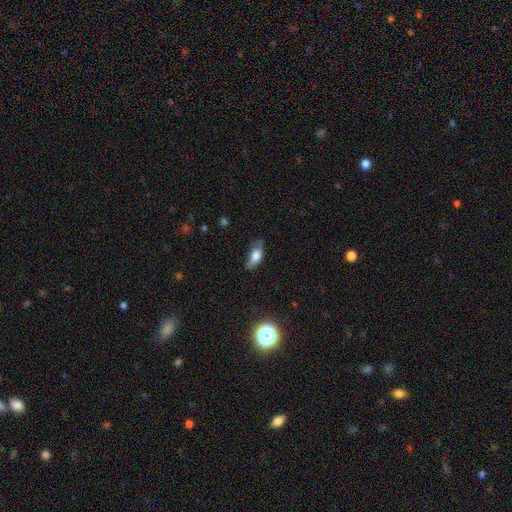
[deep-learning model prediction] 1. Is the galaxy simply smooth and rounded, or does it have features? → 71% smooth, 20% featured or disk, 9% star or artifact.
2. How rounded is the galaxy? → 80% in between, 15% cigar-shaped, 4% round.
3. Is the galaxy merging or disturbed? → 56% none, 32% minor disturbance, 10% major disturbance, 2% merger.